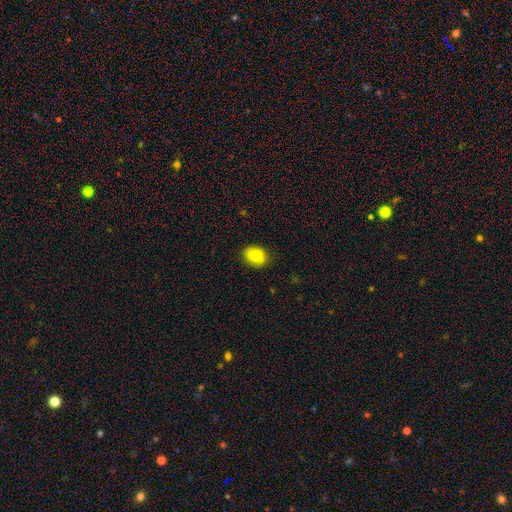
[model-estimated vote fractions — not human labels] smooth 84%, star or artifact 8%, featured or disk 8%. Down the decision tree: how rounded — in between (59%); merging — none (81%).